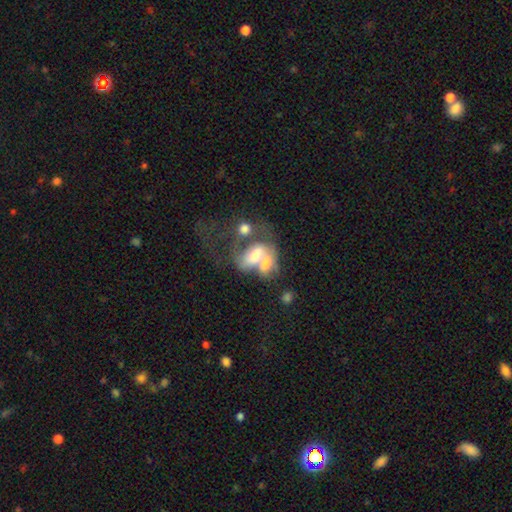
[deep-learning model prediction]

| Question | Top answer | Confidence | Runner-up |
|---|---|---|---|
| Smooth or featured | smooth | 49% | featured or disk (42%) |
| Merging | merger | 72% | major disturbance (11%) |